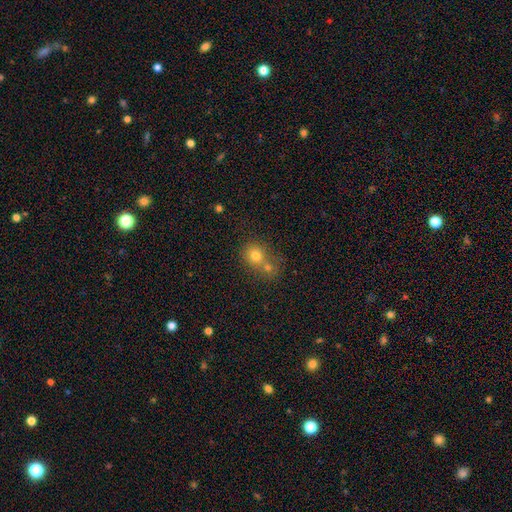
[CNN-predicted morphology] Smooth or featured? smooth (74%)
How rounded? round (76%)
Merging? merger (50%)